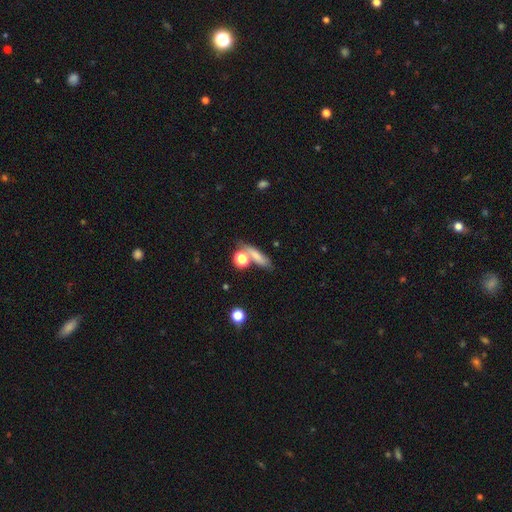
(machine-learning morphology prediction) type=smooth (74%); roundness=cigar-shaped (52%); merging=none (60%).